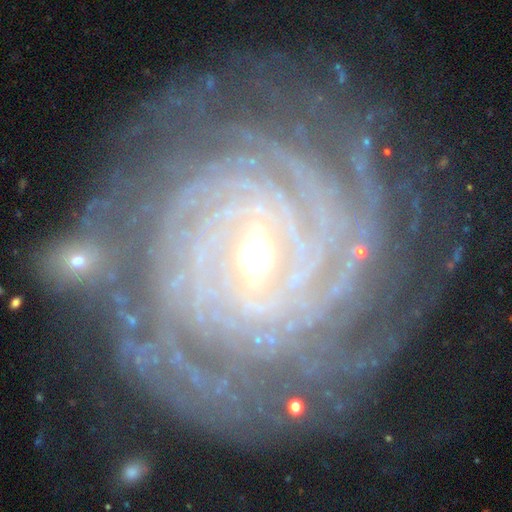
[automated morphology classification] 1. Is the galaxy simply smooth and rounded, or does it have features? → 92% featured or disk, 5% star or artifact, 4% smooth.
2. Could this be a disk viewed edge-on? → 97% no, 3% yes.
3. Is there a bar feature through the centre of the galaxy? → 45% weak, 33% strong, 21% no.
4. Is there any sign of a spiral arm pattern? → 98% yes, 2% no.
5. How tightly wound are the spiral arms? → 90% tight, 8% medium, 2% loose.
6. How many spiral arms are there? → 29% more than 4, 22% 4, 20% can't tell, 12% 3, 10% 2, 8% 1.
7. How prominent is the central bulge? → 49% moderate, 47% small, 2% large, 1% none, 1% dominant.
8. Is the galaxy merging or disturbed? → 76% none, 14% minor disturbance, 6% major disturbance, 4% merger.